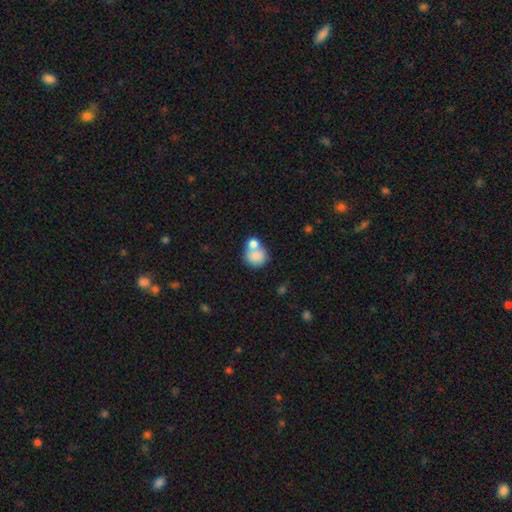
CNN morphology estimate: Smooth or featured: smooth — 79% (featured or disk — 13%)
How rounded: round — 77% (in between — 22%)
Merging: merger — 52% (none — 34%)